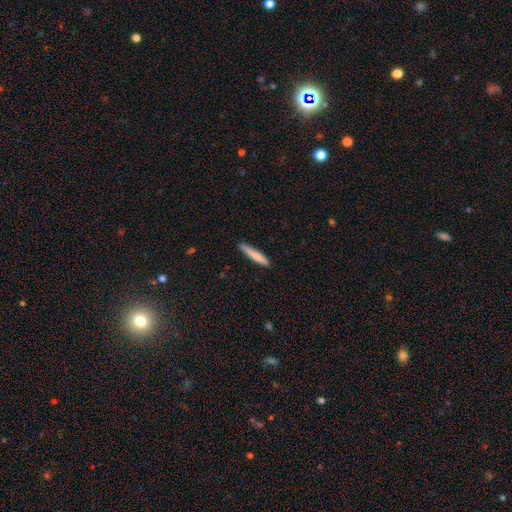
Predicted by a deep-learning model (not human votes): Morphology: type=smooth (78%); roundness=cigar-shaped (94%); merging=none (86%).